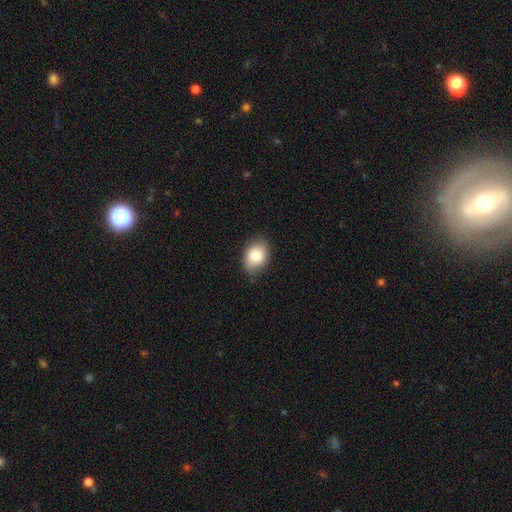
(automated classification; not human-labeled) Smooth or featured? smooth (83%)
How rounded? in between (77%)
Merging? none (82%)